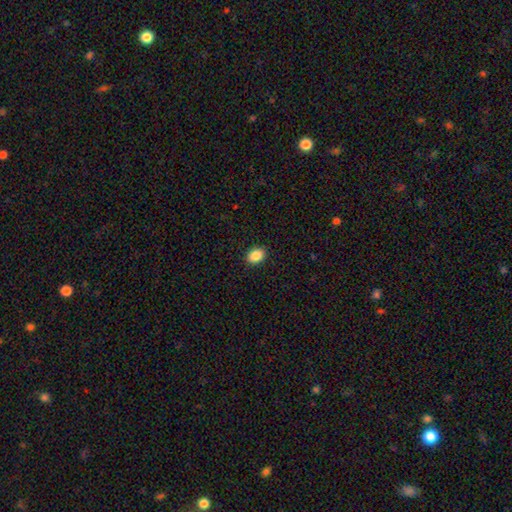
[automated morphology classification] A smooth galaxy with no disk features (88%) that is in between round and cigar-shaped (71%). Merging: none (91%).